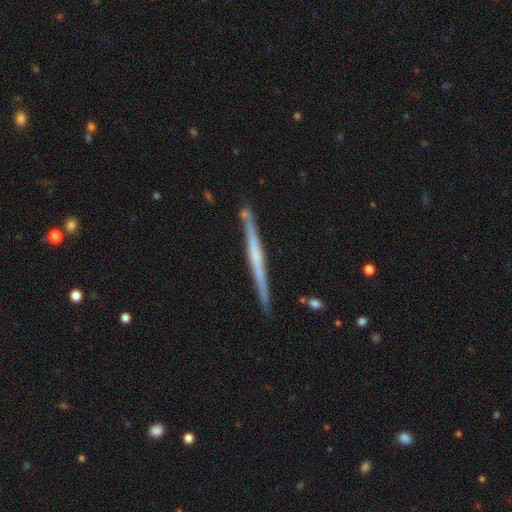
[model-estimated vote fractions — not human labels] smooth-or-featured: featured or disk: 67% | smooth: 27% | star or artifact: 5%
  disk-edge-on: yes: 98% | no: 2%
    edge-on-bulge: none: 66% | rounded: 21% | boxy: 13%
  merging: none: 87% | minor disturbance: 9% | merger: 2% | major disturbance: 2%